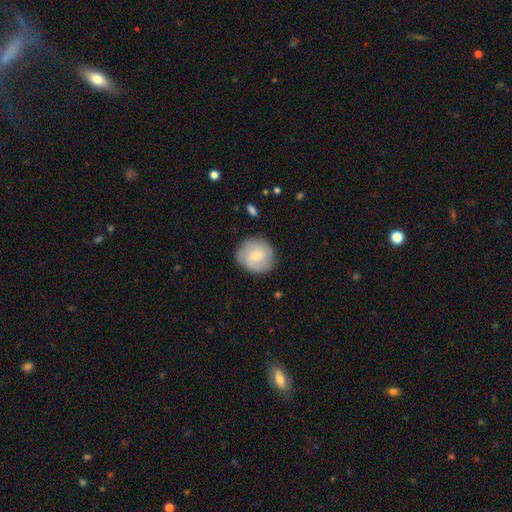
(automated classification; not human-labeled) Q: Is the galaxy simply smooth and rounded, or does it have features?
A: smooth — 52%.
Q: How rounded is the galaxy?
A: round — 86%.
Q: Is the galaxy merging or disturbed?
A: none — 82%.